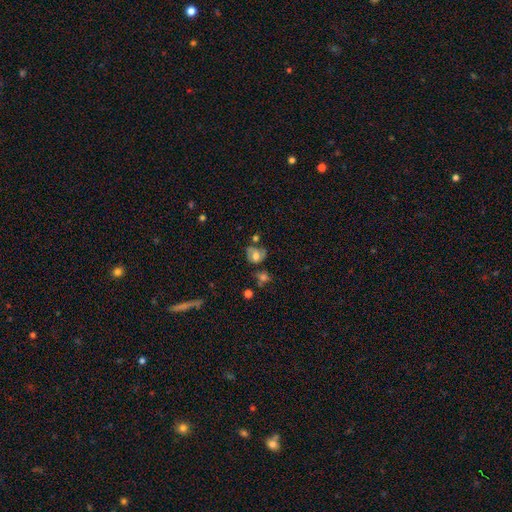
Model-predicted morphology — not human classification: type=smooth (53%); roundness=round (52%); merging=none (42%).